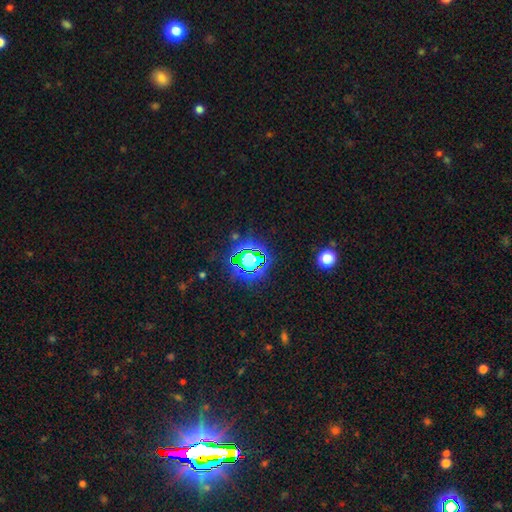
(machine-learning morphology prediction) smooth-or-featured: star or artifact: 72% | smooth: 17% | featured or disk: 10%